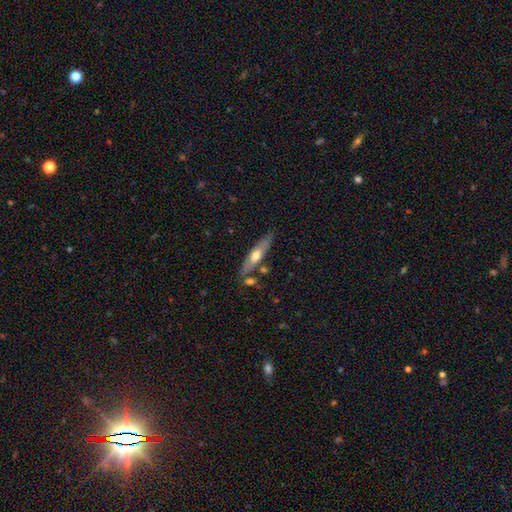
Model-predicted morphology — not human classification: A featured or disk galaxy (48%). Merging: none (75%).